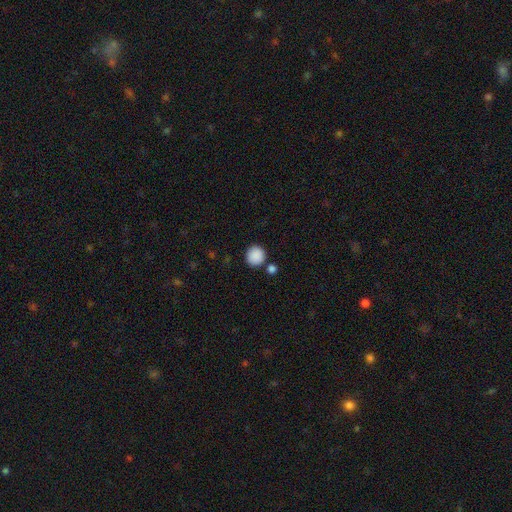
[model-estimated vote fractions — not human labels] Smooth or featured?
  - smooth: 89% *
  - star or artifact: 8%
  - featured or disk: 3%
How rounded?
  - round: 92% *
  - in between: 7%
  - cigar-shaped: 1%
Merging?
  - none: 82% *
  - minor disturbance: 8%
  - merger: 8%
  - major disturbance: 3%